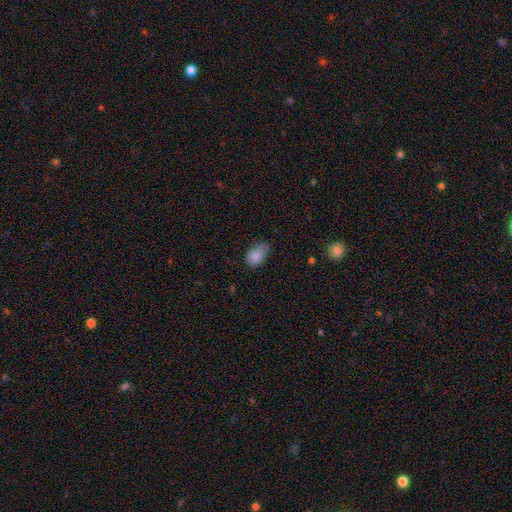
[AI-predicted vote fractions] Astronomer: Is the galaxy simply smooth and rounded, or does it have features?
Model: smooth — 83%.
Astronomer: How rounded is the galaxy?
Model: in between — 86%.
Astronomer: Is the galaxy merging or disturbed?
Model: none — 50% (runner-up: minor disturbance, 39%).